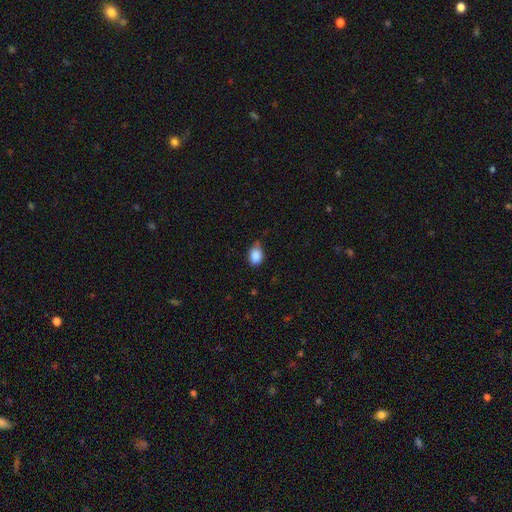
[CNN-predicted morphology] Smooth or featured?
  - smooth: 88% *
  - star or artifact: 8%
  - featured or disk: 4%
How rounded?
  - in between: 75% *
  - round: 23%
  - cigar-shaped: 1%
Merging?
  - none: 57% *
  - minor disturbance: 36%
  - major disturbance: 5%
  - merger: 2%